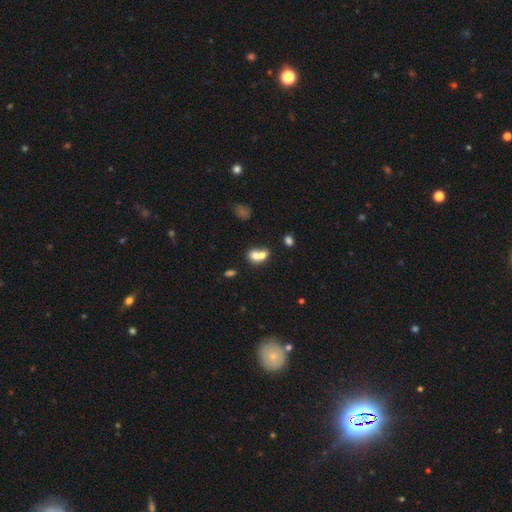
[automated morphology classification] Q: Smooth or featured?
A: smooth (69%); runner-up: featured or disk (20%)
Q: How rounded?
A: in between (51%); runner-up: round (47%)
Q: Merging?
A: merger (71%); runner-up: none (19%)